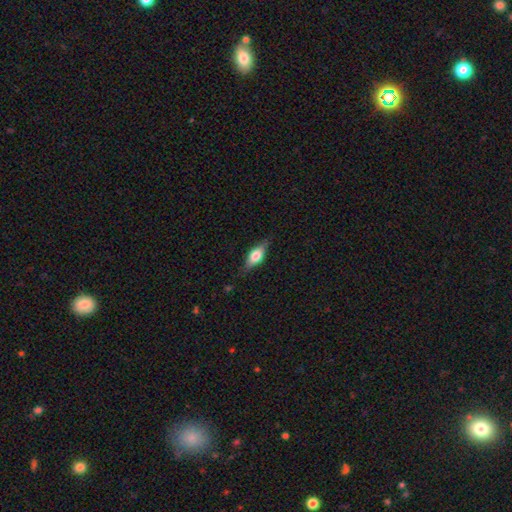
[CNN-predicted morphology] This is possibly a smooth galaxy (55%). How rounded: likely in between (73%). Merging: likely none (78%).